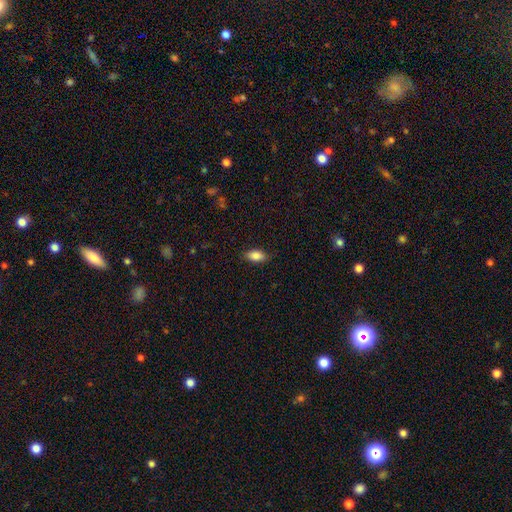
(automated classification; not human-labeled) Smooth or featured: smooth — 87% (star or artifact — 7%)
How rounded: in between — 90% (cigar-shaped — 6%)
Merging: none — 85% (minor disturbance — 12%)